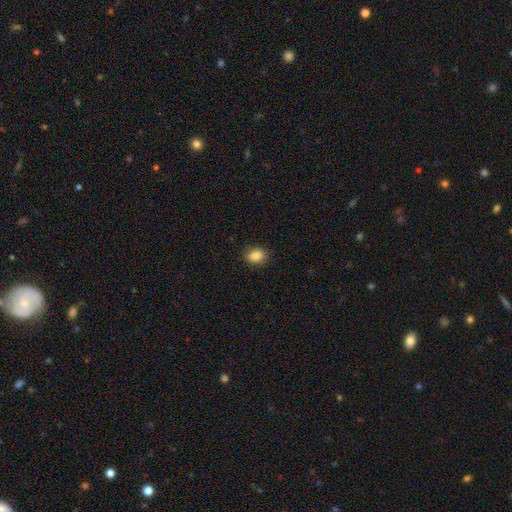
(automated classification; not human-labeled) Smooth or featured? Predicted: smooth (p=0.86). How rounded? Predicted: in between (p=0.66). Merging? Predicted: none (p=0.87).